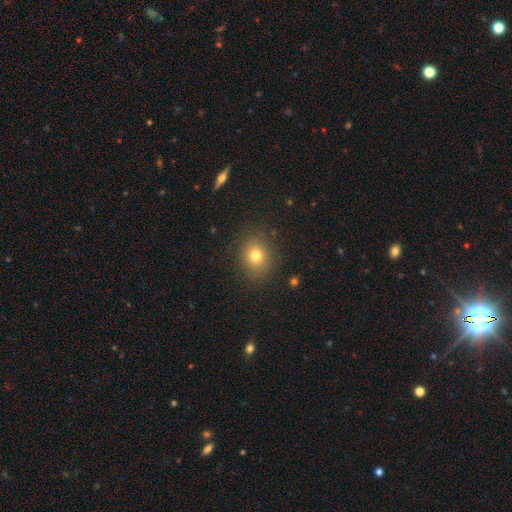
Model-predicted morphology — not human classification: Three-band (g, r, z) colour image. It shows a smooth galaxy with no disk features (76%) that is round (73%). Merging: none (87%).